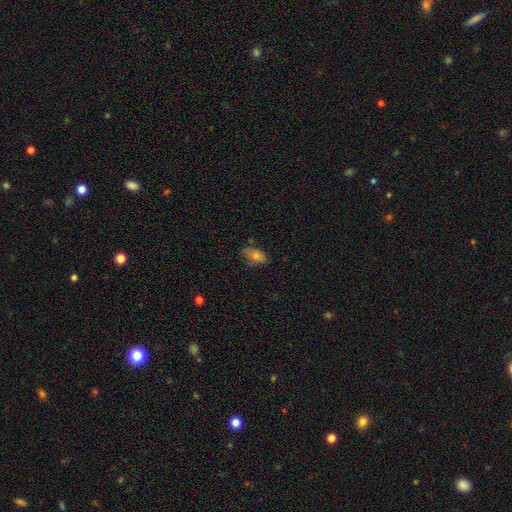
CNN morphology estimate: type=smooth (72%); roundness=in between (86%); merging=none (67%).